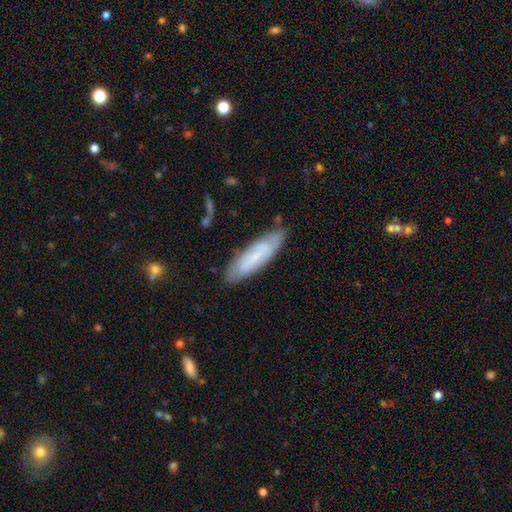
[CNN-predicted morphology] The model was most divided on "smooth or featured": smooth: 49%, featured or disk: 44%, star or artifact: 8%. More confident: merging — none (80%).